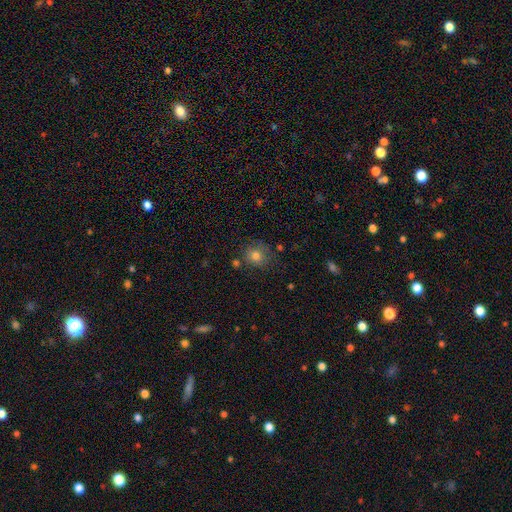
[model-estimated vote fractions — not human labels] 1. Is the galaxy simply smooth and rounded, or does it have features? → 79% smooth, 12% star or artifact, 9% featured or disk.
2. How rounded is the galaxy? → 81% round, 18% in between, 1% cigar-shaped.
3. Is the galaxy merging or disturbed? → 71% none, 18% minor disturbance, 6% merger, 5% major disturbance.